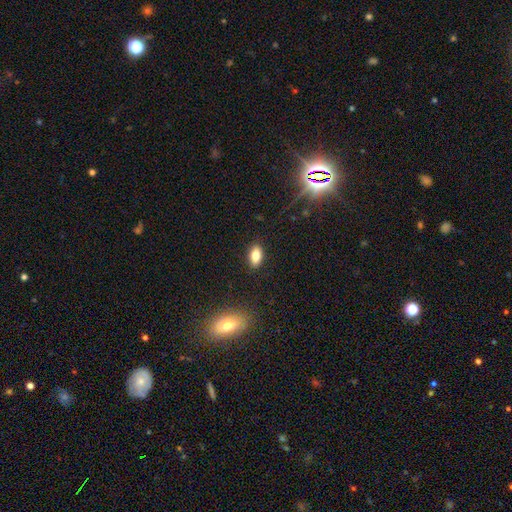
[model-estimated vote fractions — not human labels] A smooth galaxy with no disk features (80%) that is in between round and cigar-shaped (89%). Merging: none (88%).